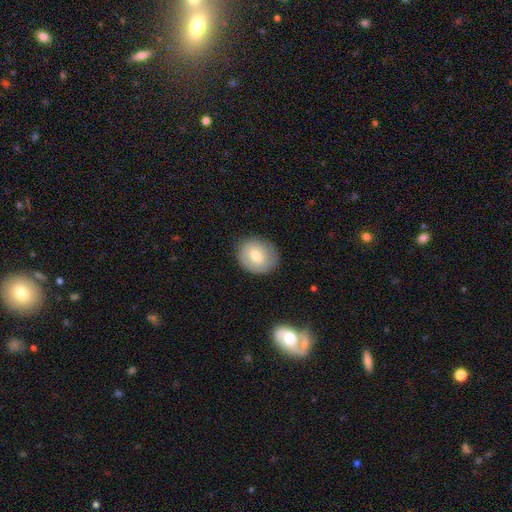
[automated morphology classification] This is likely a smooth galaxy (65%). How rounded: likely round (68%). Merging: clearly none (82%).